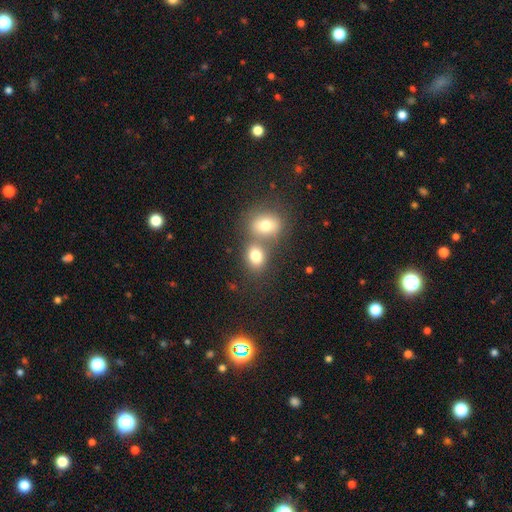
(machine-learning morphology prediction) Q: Smooth or featured?
A: smooth (79%); runner-up: star or artifact (11%)
Q: How rounded?
A: in between (52%); runner-up: round (47%)
Q: Merging?
A: merger (46%); runner-up: none (42%)